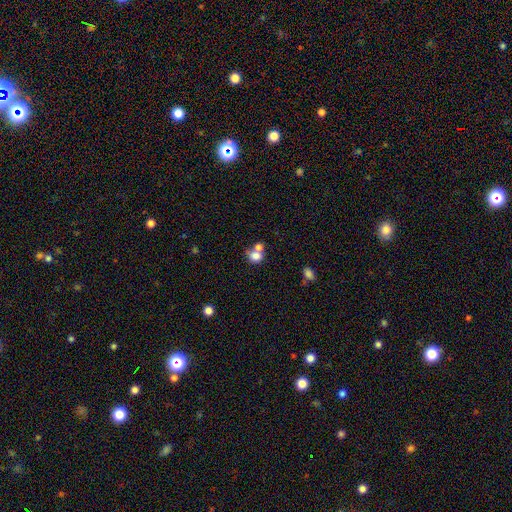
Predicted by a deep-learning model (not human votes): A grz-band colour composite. It shows a smooth galaxy with no disk features (77%) that is round (58%). Merging: merger (52%).